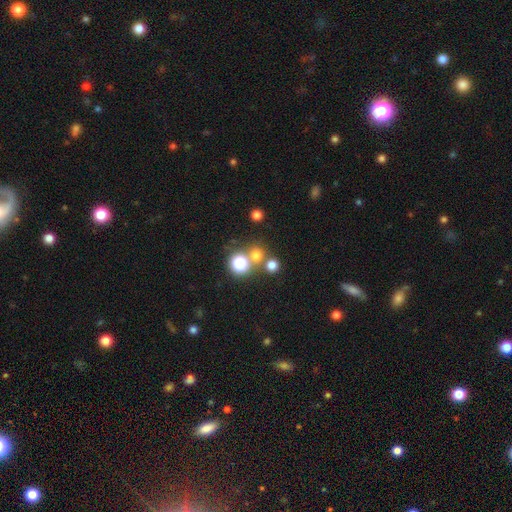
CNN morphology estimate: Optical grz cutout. It shows a smooth galaxy with no disk features (67%) that is round (90%). Merging: none (66%).